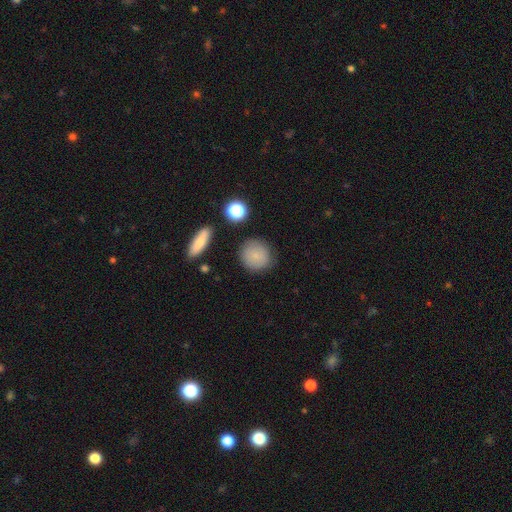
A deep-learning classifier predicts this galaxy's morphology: A smooth galaxy with no disk features (81%) that is round (89%).

Vote fractions:
- Smooth or featured? smooth: 81% / featured or disk: 9% / star or artifact: 9%
- How rounded? round: 89% / in between: 9% / cigar-shaped: 1%
- Merging? none: 84% / minor disturbance: 10% / major disturbance: 3% / merger: 2%